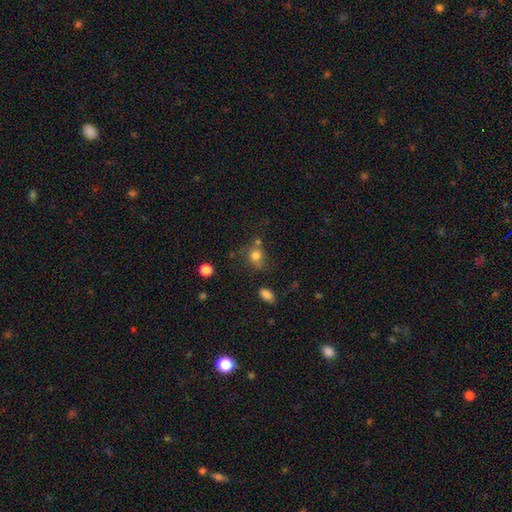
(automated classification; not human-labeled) The model was most divided on "merging": none: 55%, minor disturbance: 19%, merger: 17%, major disturbance: 9%. More confident: smooth or featured — smooth (78%); how rounded — round (70%).